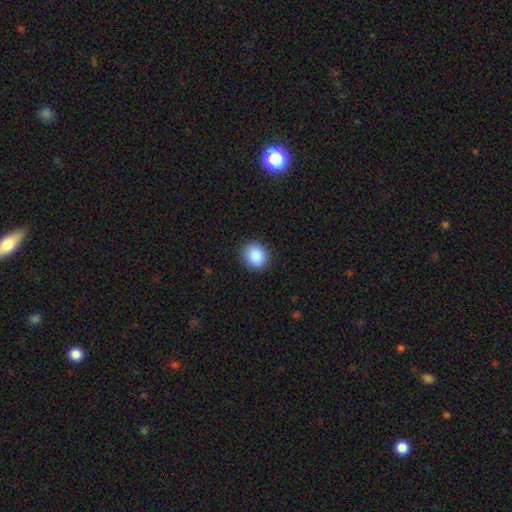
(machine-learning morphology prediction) Smooth or featured? smooth (89%)
How rounded? round (75%)
Merging? none (90%)